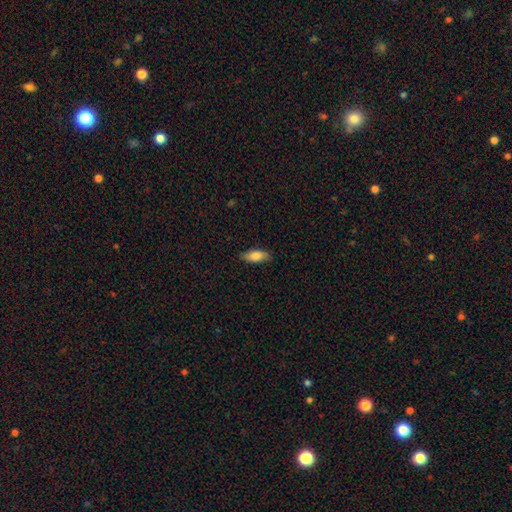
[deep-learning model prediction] This appears to be a smooth galaxy with no disk features (82%) that is in between round and cigar-shaped (79%). Merging: none (85%).